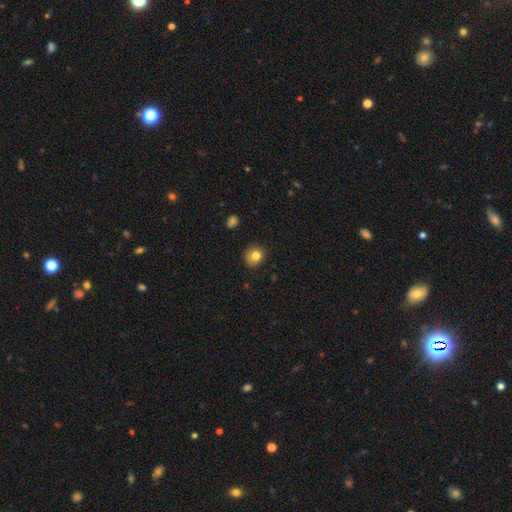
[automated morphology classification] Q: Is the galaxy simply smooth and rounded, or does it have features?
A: smooth — 80%.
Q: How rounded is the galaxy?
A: round — 75%.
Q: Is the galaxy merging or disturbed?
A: none — 79%.